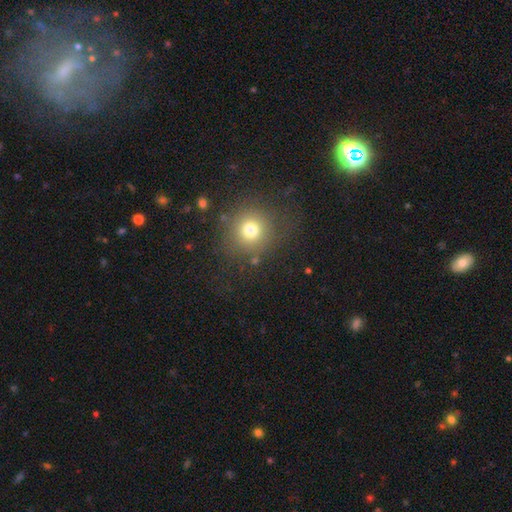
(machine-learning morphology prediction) Smooth or featured? Predicted: smooth (p=0.60). How rounded? Predicted: round (p=0.92). Merging? Predicted: none (p=0.86).